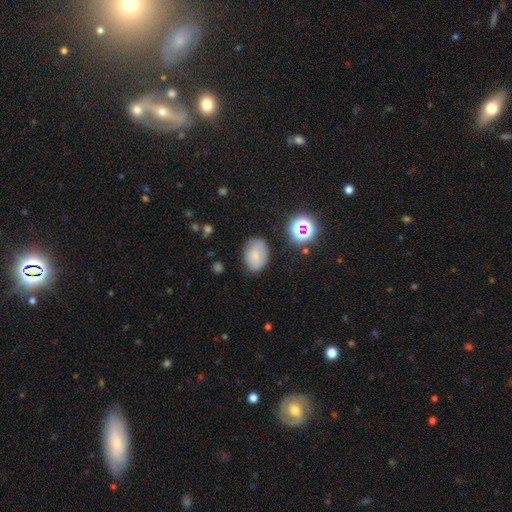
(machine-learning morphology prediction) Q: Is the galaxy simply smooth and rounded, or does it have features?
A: smooth — 73%.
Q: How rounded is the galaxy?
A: in between — 78%.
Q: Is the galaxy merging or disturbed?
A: none — 73%.